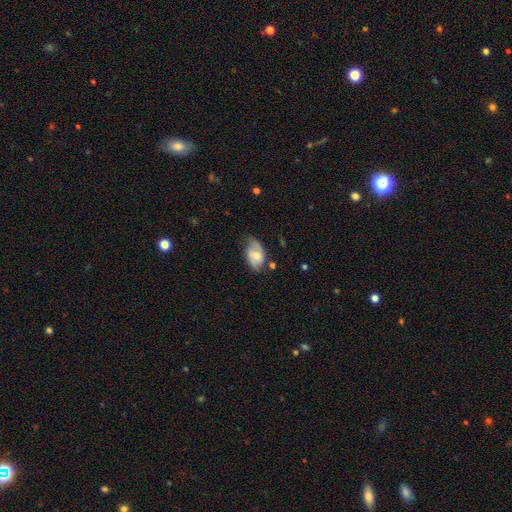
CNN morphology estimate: Smooth or featured: featured or disk — 50% (smooth — 43%)
Merging: none — 56% (minor disturbance — 31%)